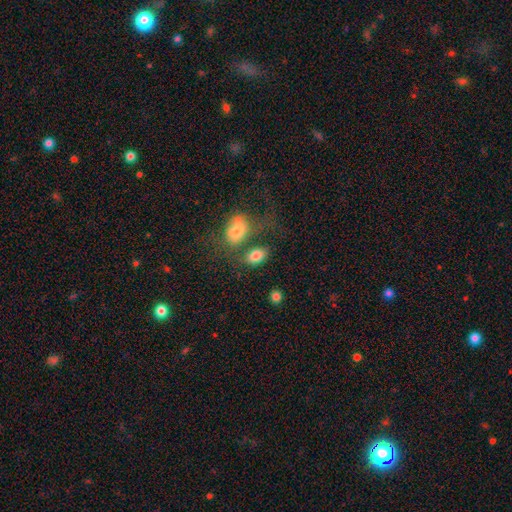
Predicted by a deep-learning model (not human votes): smooth-or-featured: smooth: 82% | featured or disk: 9% | star or artifact: 9%
  how-rounded: in between: 87% | round: 11% | cigar-shaped: 2%
  merging: none: 52% | merger: 26% | minor disturbance: 14% | major disturbance: 9%